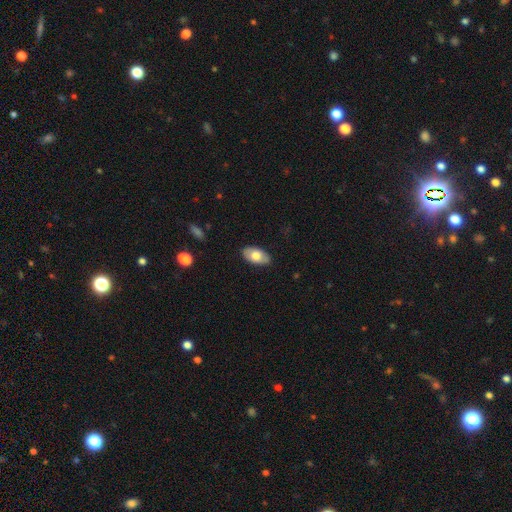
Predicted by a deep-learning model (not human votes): Smooth or featured? smooth (67%)
How rounded? in between (94%)
Merging? none (85%)